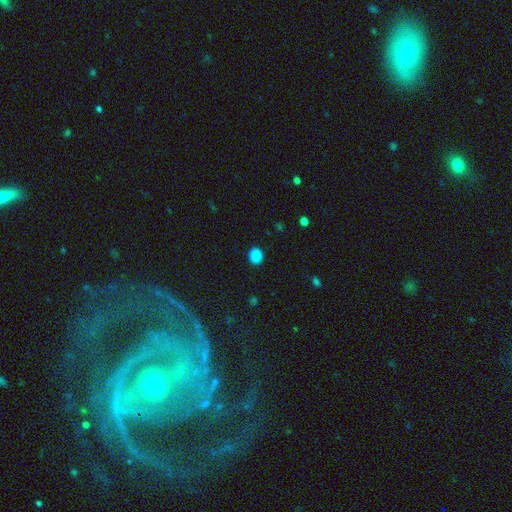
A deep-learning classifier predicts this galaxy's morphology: This appears to be a smooth galaxy with no disk features (87%) that is round (74%). Merging: none (90%).